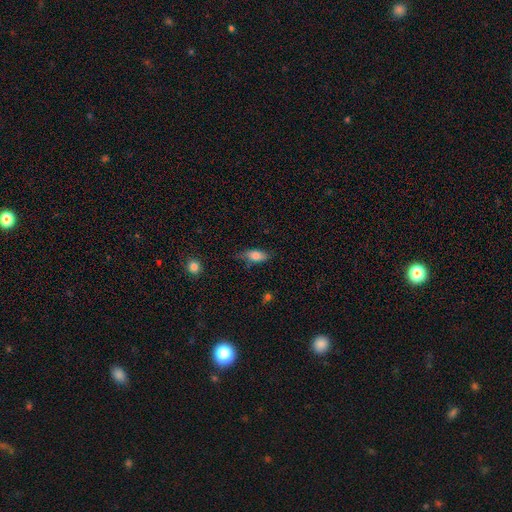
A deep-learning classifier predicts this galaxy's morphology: smooth 78%, featured or disk 14%, star or artifact 8%. Down the decision tree: how rounded — in between (81%); merging — none (66%).